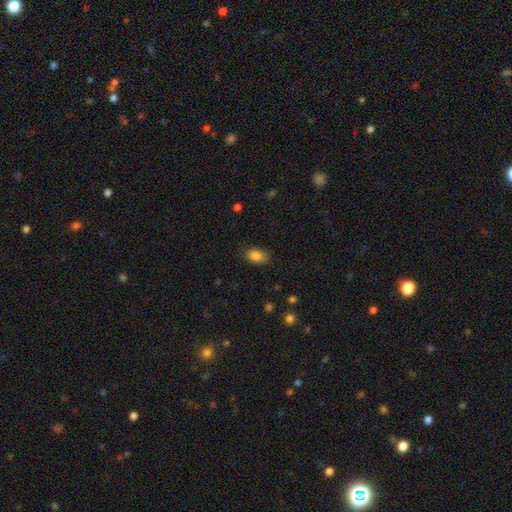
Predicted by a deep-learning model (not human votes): Overall: smooth (87%). How rounded: in between (90%). Merging: none (79%).